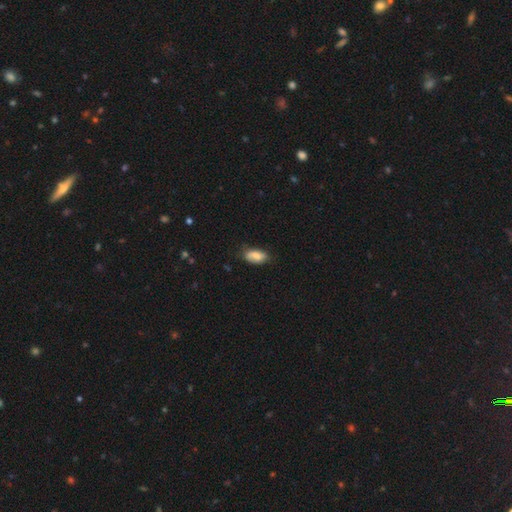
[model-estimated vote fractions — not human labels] Morphology: type=smooth (75%); roundness=in between (91%); merging=none (69%).